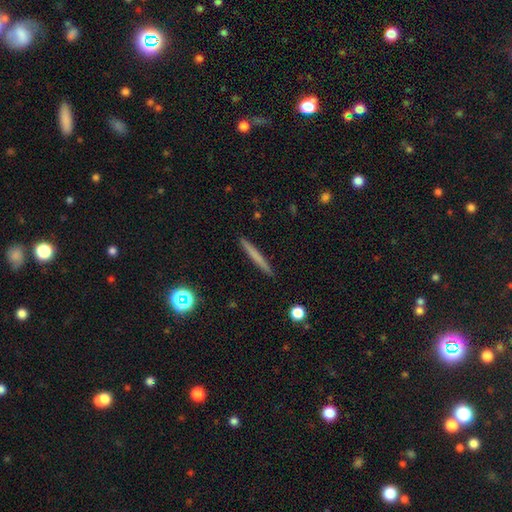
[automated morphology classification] Overall: smooth (63%; featured or disk 30%). How rounded: cigar-shaped (96%). Merging: none (92%).